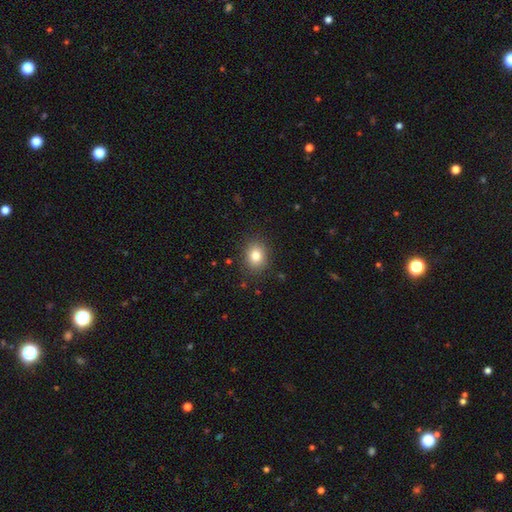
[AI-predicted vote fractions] smooth 81%, star or artifact 11%, featured or disk 8%. Down the decision tree: how rounded — round (60%); merging — none (87%).